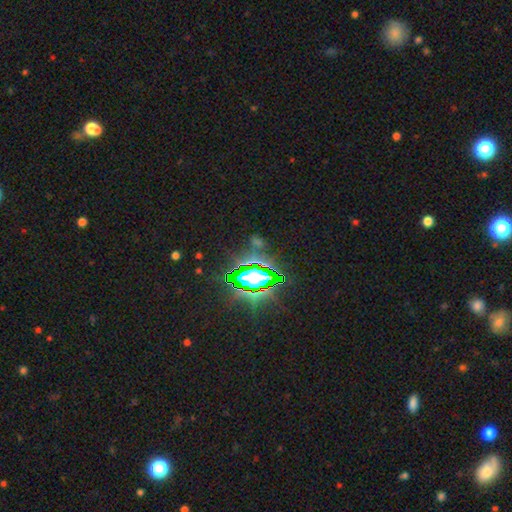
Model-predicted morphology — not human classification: Overall: star or artifact (84%).